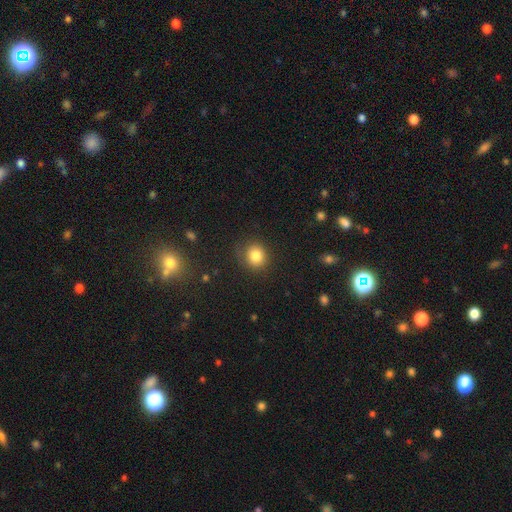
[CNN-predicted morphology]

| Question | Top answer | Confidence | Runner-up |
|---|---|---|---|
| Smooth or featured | smooth | 83% | star or artifact (11%) |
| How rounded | round | 80% | in between (19%) |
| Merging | none | 83% | minor disturbance (11%) |